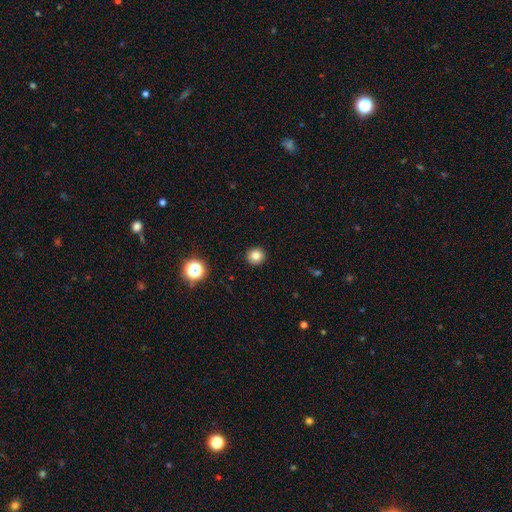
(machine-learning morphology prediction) Smooth or featured?
  - smooth: 82% *
  - star or artifact: 13%
  - featured or disk: 6%
How rounded?
  - round: 93% *
  - in between: 6%
  - cigar-shaped: 1%
Merging?
  - none: 93% *
  - minor disturbance: 5%
  - major disturbance: 2%
  - merger: 1%